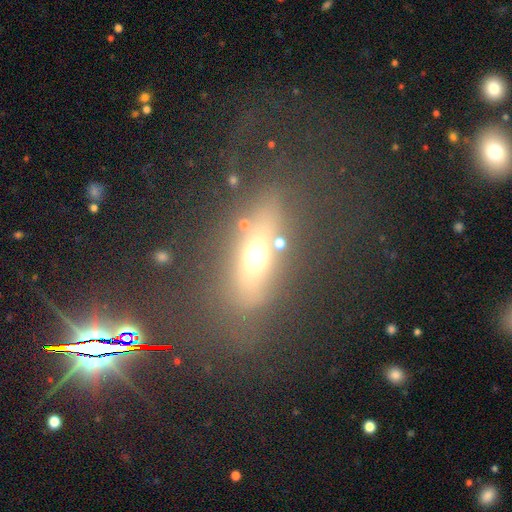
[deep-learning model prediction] Smooth or featured?
  - smooth: 44% *
  - featured or disk: 37%
  - star or artifact: 19%
Merging?
  - none: 66% *
  - minor disturbance: 16%
  - major disturbance: 14%
  - merger: 4%